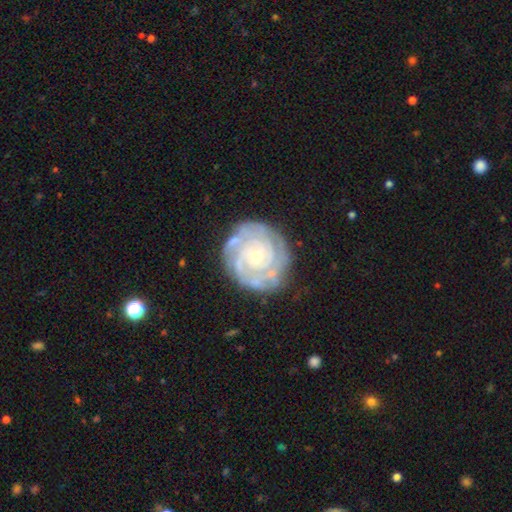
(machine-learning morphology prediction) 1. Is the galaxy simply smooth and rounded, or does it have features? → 87% featured or disk, 8% smooth, 5% star or artifact.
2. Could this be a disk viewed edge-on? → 98% no, 2% yes.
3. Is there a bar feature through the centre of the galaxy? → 74% no, 21% weak, 5% strong.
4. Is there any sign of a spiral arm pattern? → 96% yes, 4% no.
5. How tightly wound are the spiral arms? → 81% tight, 16% medium, 3% loose.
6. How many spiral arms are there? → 27% can't tell, 26% 2, 24% 3, 13% 4, 6% more than 4, 5% 1.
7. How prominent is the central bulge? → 70% small, 26% moderate, 2% none, 1% large, 1% dominant.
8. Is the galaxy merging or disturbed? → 76% none, 16% minor disturbance, 5% major disturbance, 2% merger.